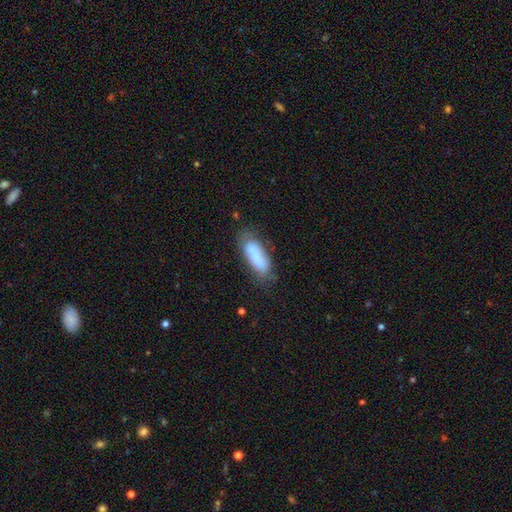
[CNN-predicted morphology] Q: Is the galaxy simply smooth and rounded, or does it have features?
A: smooth — 75%.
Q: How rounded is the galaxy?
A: in between — 64%.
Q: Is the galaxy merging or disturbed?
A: none — 53%.